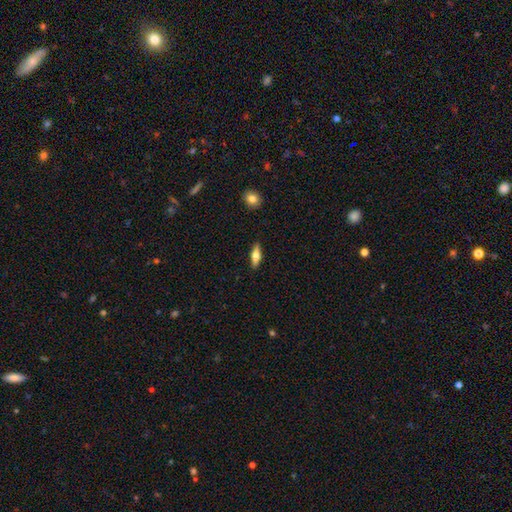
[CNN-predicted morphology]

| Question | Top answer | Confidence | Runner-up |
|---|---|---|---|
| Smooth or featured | smooth | 51% | featured or disk (42%) |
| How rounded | in between | 50% | cigar-shaped (47%) |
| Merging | none | 89% | minor disturbance (8%) |